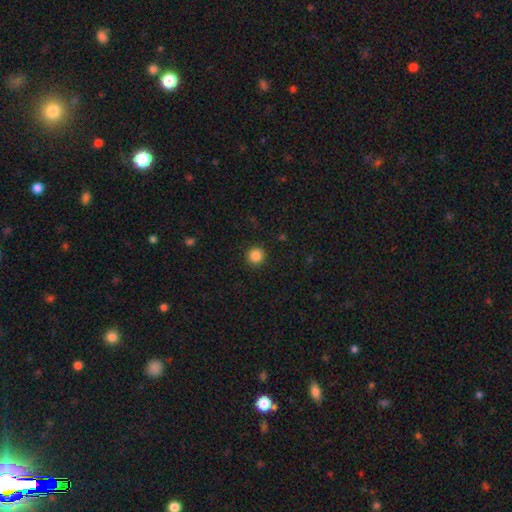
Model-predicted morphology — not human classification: smooth_or_featured: smooth (p=0.86) [alt: star or artifact p=0.10]
how_rounded: round (p=0.95) [alt: in between p=0.04]
merging: none (p=0.93) [alt: minor disturbance p=0.05]